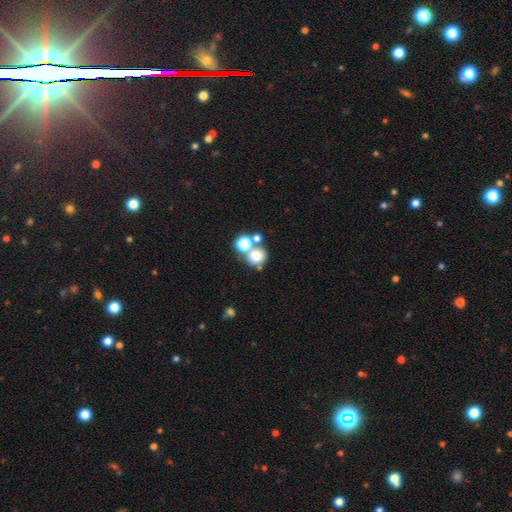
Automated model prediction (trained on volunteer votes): A smooth galaxy with no disk features (73%) that is round (82%). Merging: none (46%).